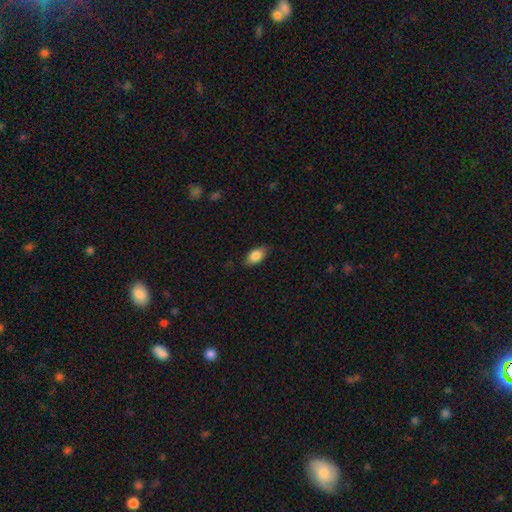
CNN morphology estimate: Smooth or featured: smooth — 83% (featured or disk — 9%)
How rounded: in between — 89% (round — 7%)
Merging: none — 82% (minor disturbance — 14%)